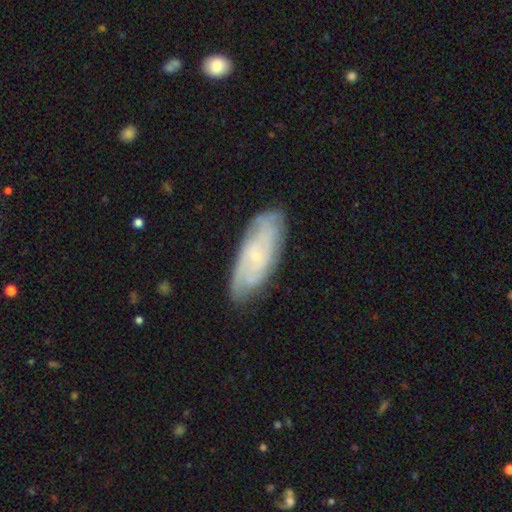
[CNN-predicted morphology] This appears to be a featured or disk galaxy (68%) with no bar (73%), tight (64%) spiral arms (87%) and a small central bulge (82%). Merging: none (79%).